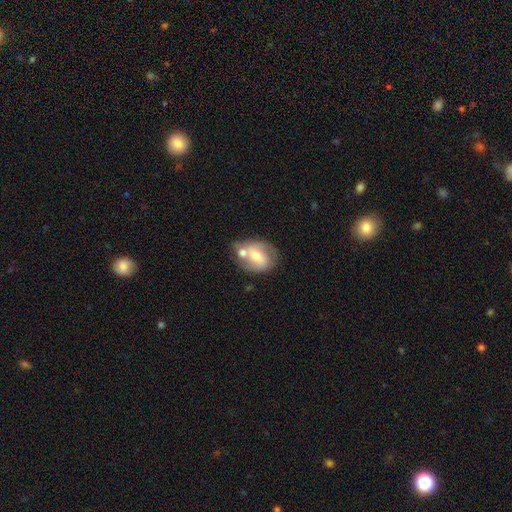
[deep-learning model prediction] A featured or disk galaxy (49%). Merging: none (39%).